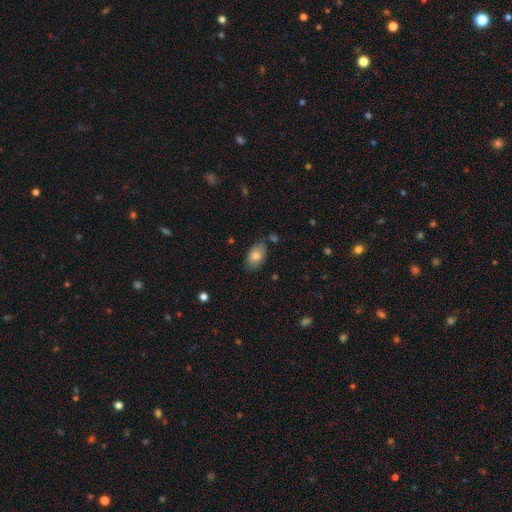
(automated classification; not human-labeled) Smooth or featured: smooth — 79% (featured or disk — 13%)
How rounded: in between — 90% (round — 9%)
Merging: none — 75% (minor disturbance — 18%)